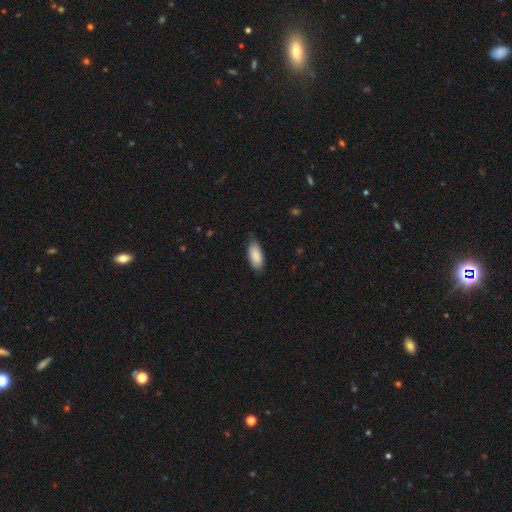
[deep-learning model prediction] Overall: smooth (89%). How rounded: in between (89%). Merging: none (78%).